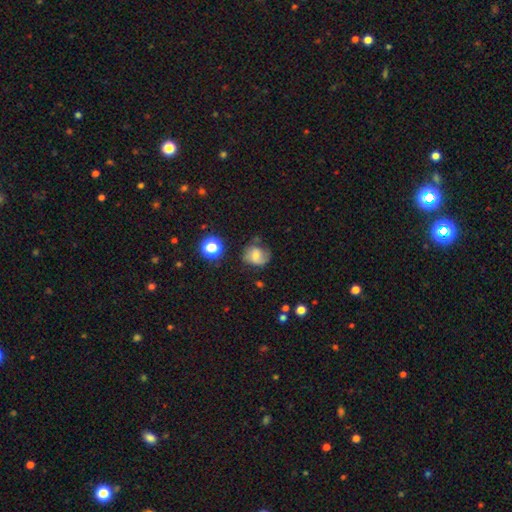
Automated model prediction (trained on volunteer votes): This is possibly a smooth galaxy (50%). How rounded: likely round (64%). Merging: possibly none (53%).